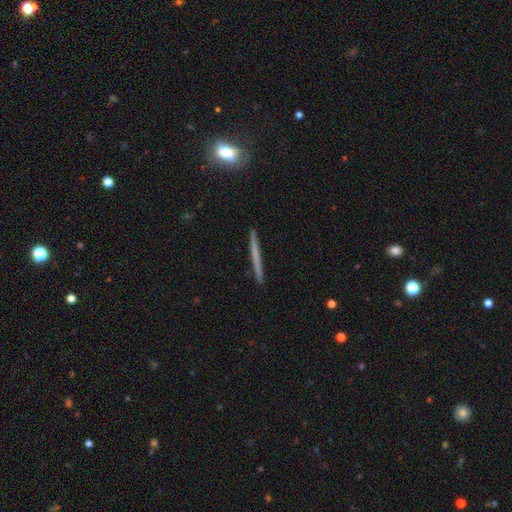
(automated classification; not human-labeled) smooth_or_featured: smooth (p=0.49) [alt: featured or disk p=0.44]
merging: none (p=0.92) [alt: minor disturbance p=0.06]